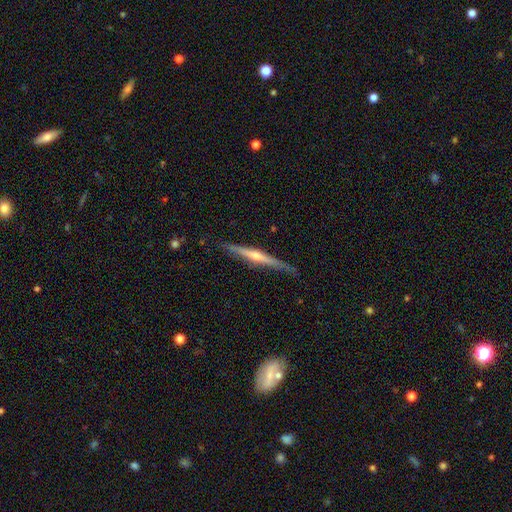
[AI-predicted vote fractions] Overall: featured or disk (78%). Edge-on disk: yes (98%). Edge-on bulge: rounded (83%). Merging: none (85%).